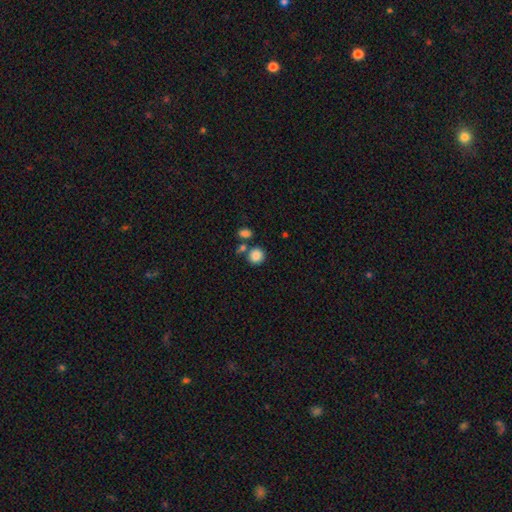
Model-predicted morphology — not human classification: Smooth or featured?
  - smooth: 85% *
  - star or artifact: 9%
  - featured or disk: 5%
How rounded?
  - round: 86% *
  - in between: 13%
  - cigar-shaped: 1%
Merging?
  - none: 67% *
  - merger: 19%
  - minor disturbance: 10%
  - major disturbance: 4%